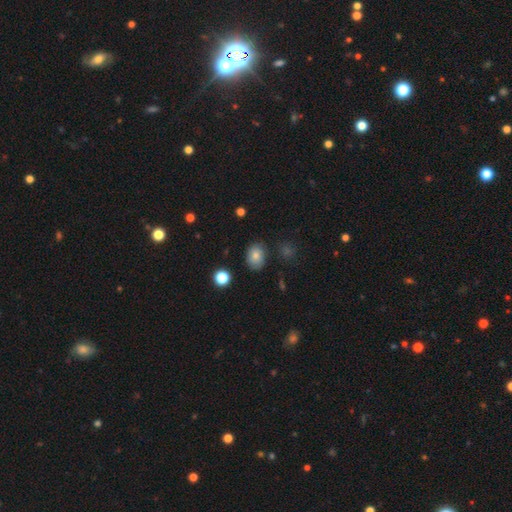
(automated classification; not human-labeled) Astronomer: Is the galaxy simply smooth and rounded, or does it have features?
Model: smooth — 79%.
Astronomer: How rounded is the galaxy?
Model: in between — 70%.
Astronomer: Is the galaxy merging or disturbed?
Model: none — 77%.